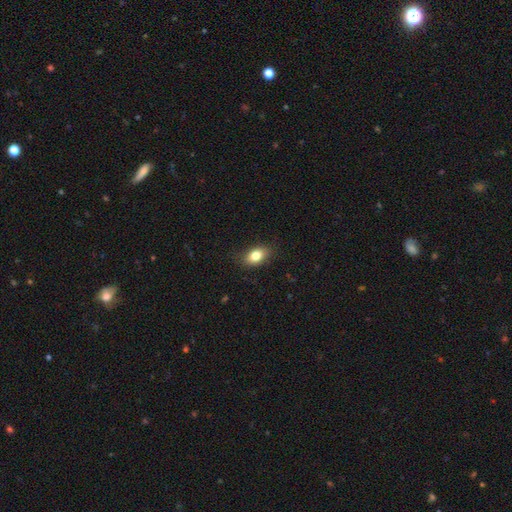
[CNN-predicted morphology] Overall: smooth (81%). How rounded: in between (84%). Merging: none (84%).